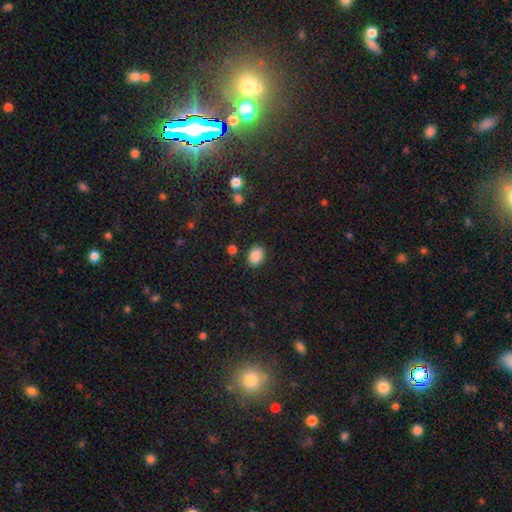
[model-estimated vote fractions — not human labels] Q: Smooth or featured?
A: smooth (88%); runner-up: star or artifact (8%)
Q: How rounded?
A: in between (68%); runner-up: round (31%)
Q: Merging?
A: none (86%); runner-up: minor disturbance (9%)